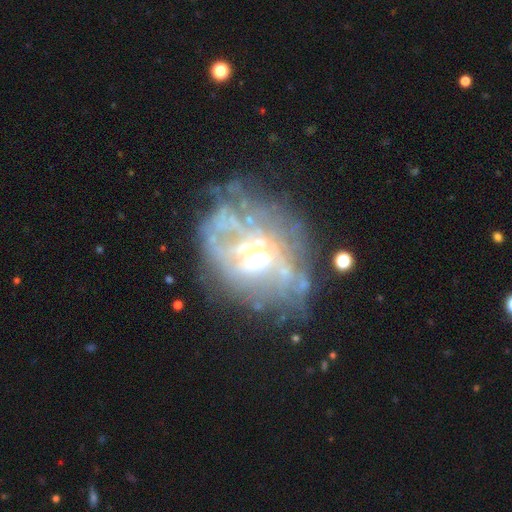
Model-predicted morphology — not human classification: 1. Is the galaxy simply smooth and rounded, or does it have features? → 69% featured or disk, 17% smooth, 14% star or artifact.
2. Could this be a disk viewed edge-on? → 94% no, 6% yes.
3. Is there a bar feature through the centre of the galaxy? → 73% no, 19% weak, 8% strong.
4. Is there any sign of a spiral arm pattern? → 67% no, 33% yes.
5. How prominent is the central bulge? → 63% moderate, 16% large, 14% small, 3% none, 3% dominant.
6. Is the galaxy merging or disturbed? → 44% none, 29% major disturbance, 21% minor disturbance, 6% merger.